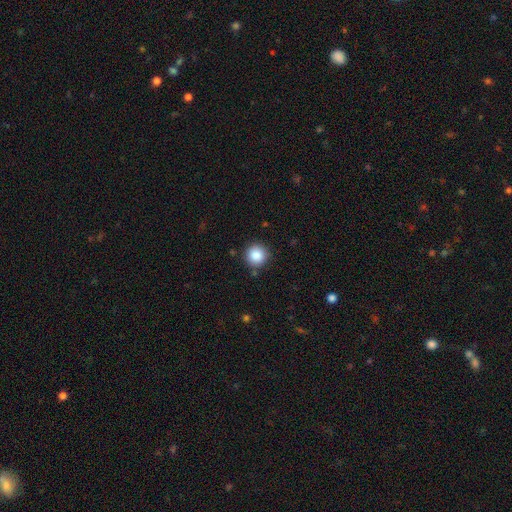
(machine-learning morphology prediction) This is clearly a smooth galaxy (87%). How rounded: clearly round (95%). Merging: clearly none (88%).